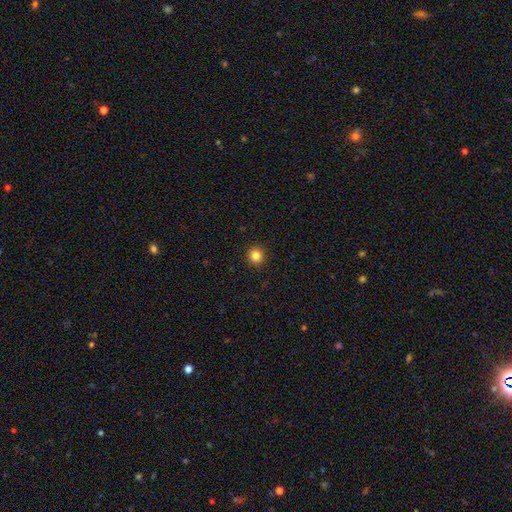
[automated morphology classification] smooth 83%, star or artifact 12%, featured or disk 5%. Down the decision tree: how rounded — round (95%); merging — none (92%).